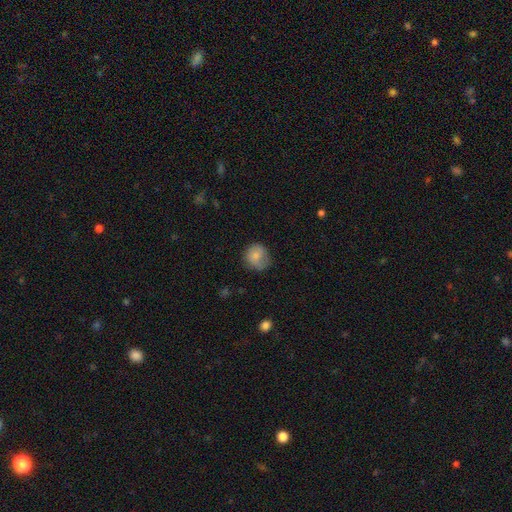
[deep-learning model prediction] Smooth or featured: smooth — 78% (featured or disk — 14%)
How rounded: round — 83% (in between — 16%)
Merging: none — 65% (minor disturbance — 26%)